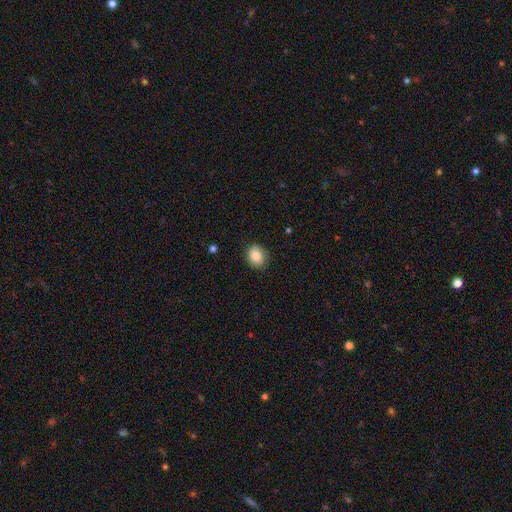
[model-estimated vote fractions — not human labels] Smooth or featured: smooth — 85% (star or artifact — 8%)
How rounded: round — 51% (in between — 48%)
Merging: none — 85% (minor disturbance — 12%)